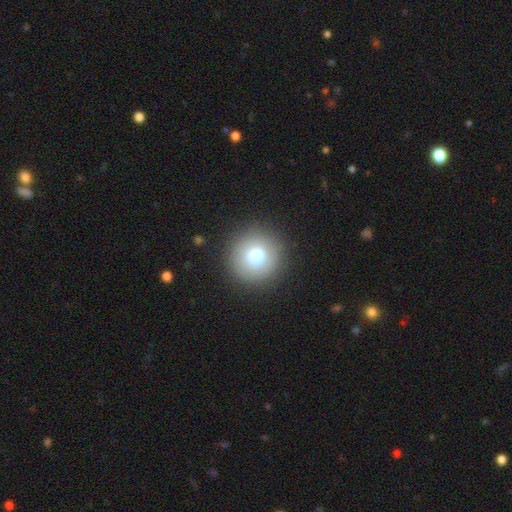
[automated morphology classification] Smooth or featured? Predicted: smooth (p=0.76). How rounded? Predicted: round (p=0.95). Merging? Predicted: none (p=0.90).